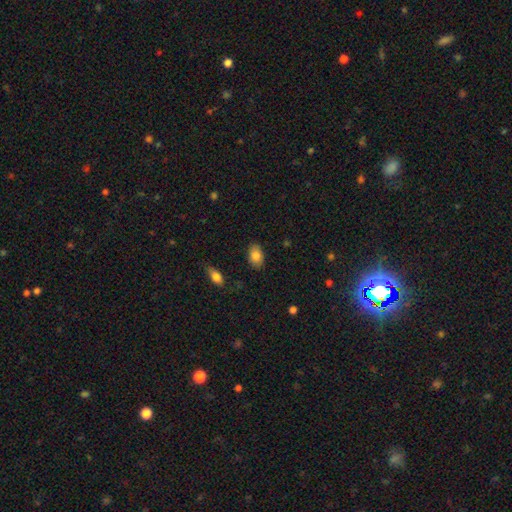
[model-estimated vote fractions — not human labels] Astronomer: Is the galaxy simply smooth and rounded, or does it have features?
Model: smooth — 84%.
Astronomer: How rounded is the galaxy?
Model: in between — 86%.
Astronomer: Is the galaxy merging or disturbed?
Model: none — 85%.